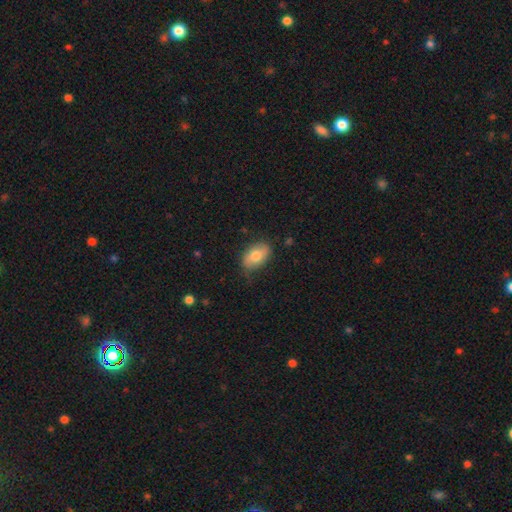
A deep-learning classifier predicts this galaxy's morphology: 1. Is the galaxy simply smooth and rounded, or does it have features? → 73% smooth, 21% featured or disk, 7% star or artifact.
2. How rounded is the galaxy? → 90% in between, 9% round, 2% cigar-shaped.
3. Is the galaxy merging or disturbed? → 73% none, 21% minor disturbance, 4% major disturbance, 1% merger.